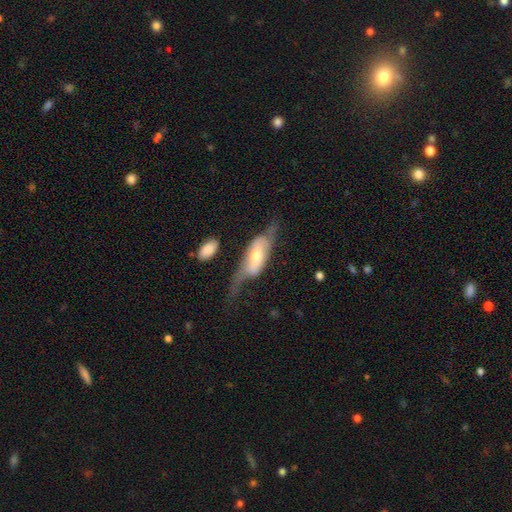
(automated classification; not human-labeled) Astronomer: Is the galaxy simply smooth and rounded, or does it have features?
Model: featured or disk — 61%.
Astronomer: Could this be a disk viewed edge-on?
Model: no — 72%.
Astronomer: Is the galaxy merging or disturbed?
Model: major disturbance — 37% (runner-up: none, 32%).